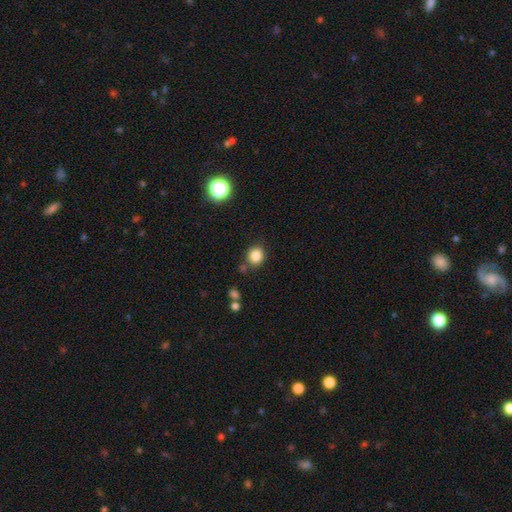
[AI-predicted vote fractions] The model was most divided on "how rounded": round: 82%, in between: 17%, cigar-shaped: 1%. More confident: smooth or featured — smooth (84%); merging — none (79%).